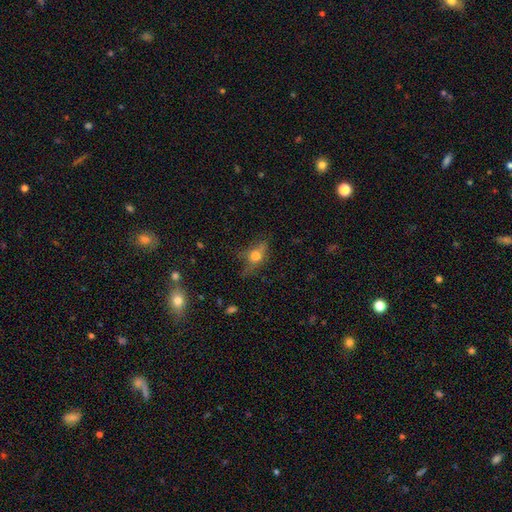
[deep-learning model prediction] Smooth or featured? Predicted: smooth (p=0.55). How rounded? Predicted: in between (p=0.60). Merging? Predicted: none (p=0.54).